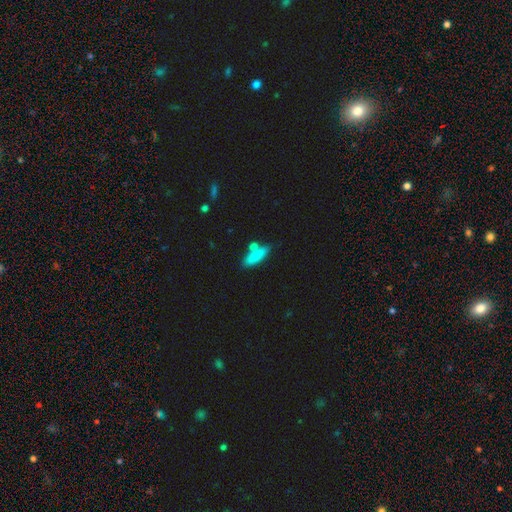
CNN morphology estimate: smooth-or-featured: smooth: 80% | featured or disk: 13% | star or artifact: 7%
  how-rounded: cigar-shaped: 58% | in between: 39% | round: 3%
  merging: none: 66% | merger: 16% | minor disturbance: 14% | major disturbance: 4%